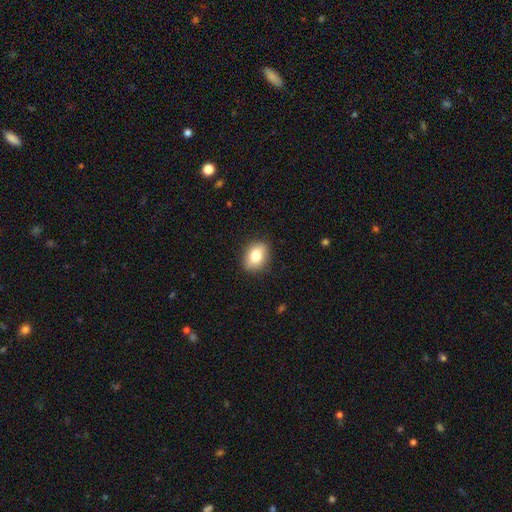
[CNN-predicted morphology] A smooth galaxy with no disk features (78%) that is in between round and cigar-shaped (65%).

Vote fractions:
- Smooth or featured? smooth: 78% / featured or disk: 13% / star or artifact: 8%
- How rounded? in between: 65% / round: 33% / cigar-shaped: 2%
- Merging? none: 88% / minor disturbance: 9% / major disturbance: 2% / merger: 1%